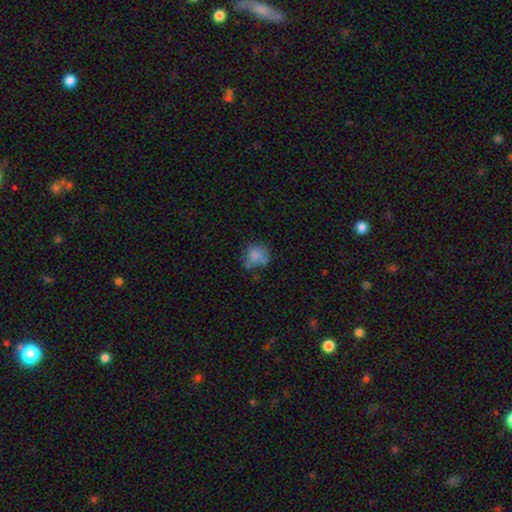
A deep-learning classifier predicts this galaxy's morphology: smooth 74%, featured or disk 15%, star or artifact 10%. Down the decision tree: how rounded — round (76%); merging — none (50%).